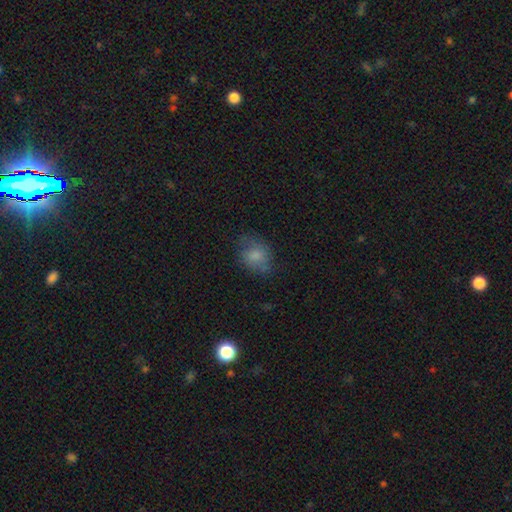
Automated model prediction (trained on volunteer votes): Smooth or featured: smooth — 76% (featured or disk — 14%)
How rounded: in between — 50% (round — 48%)
Merging: none — 63% (minor disturbance — 26%)